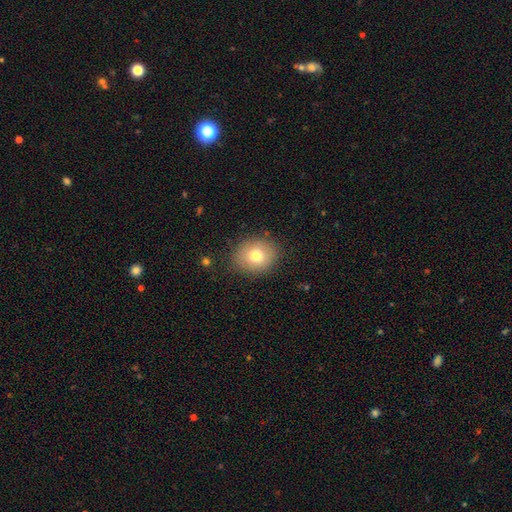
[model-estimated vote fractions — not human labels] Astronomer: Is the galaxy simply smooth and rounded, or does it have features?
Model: smooth — 75%.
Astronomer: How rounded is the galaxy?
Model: round — 67%.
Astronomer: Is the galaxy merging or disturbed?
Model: none — 85%.